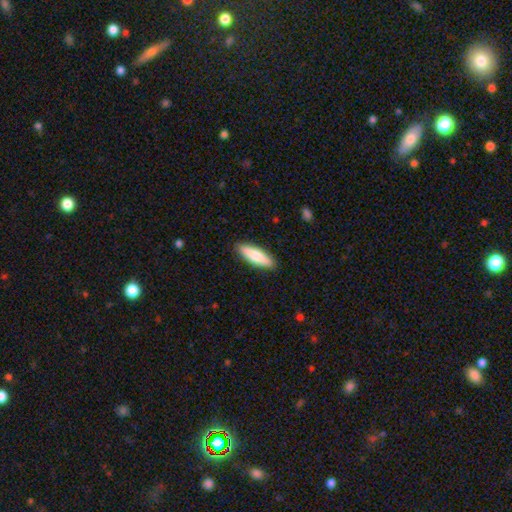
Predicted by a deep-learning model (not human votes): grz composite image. It shows a smooth galaxy with no disk features (76%) that is cigar-shaped (60%). Merging: none (89%).